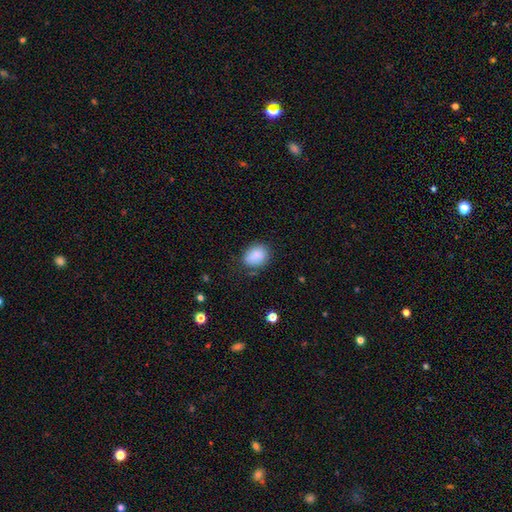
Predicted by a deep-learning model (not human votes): The model was most divided on "how rounded": in between: 57%, round: 42%, cigar-shaped: 1%. More confident: smooth or featured — smooth (87%); merging — none (73%).